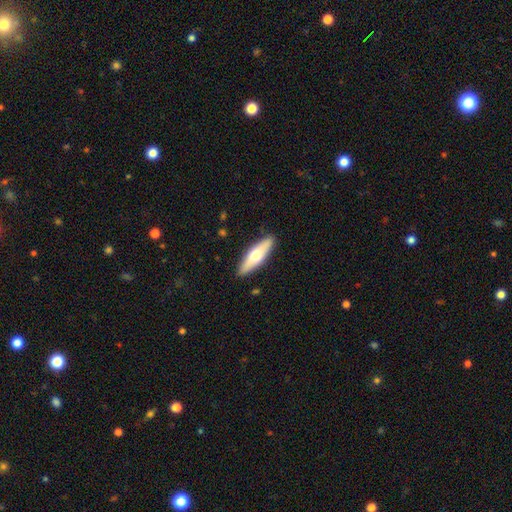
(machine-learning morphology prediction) type=smooth (52%); roundness=cigar-shaped (58%); merging=none (89%).